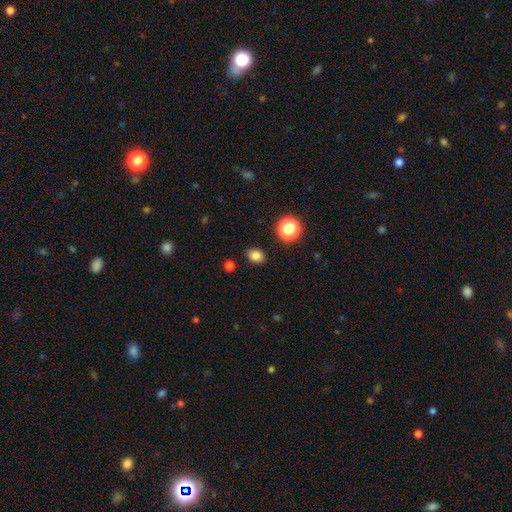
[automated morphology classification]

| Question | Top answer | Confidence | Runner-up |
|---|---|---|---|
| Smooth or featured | smooth | 81% | star or artifact (13%) |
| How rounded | in between | 56% | round (43%) |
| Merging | none | 88% | minor disturbance (8%) |